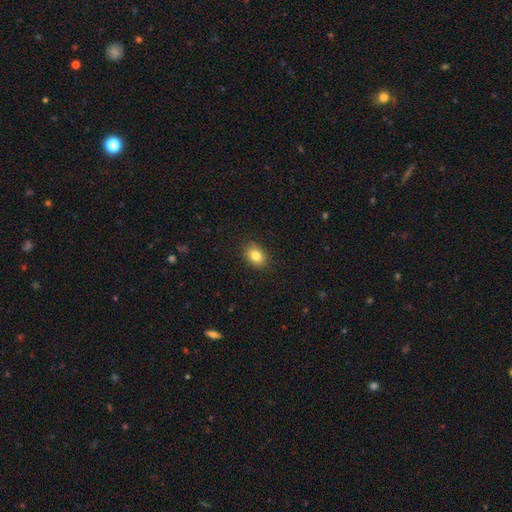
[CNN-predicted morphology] Smooth or featured? Predicted: smooth (p=0.83). How rounded? Predicted: in between (p=0.68). Merging? Predicted: none (p=0.87).